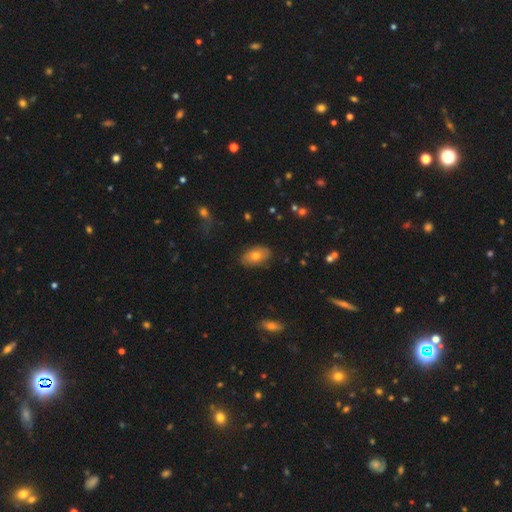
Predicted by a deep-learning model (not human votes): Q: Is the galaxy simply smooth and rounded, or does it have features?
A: smooth — 66%.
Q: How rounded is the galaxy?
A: in between — 90%.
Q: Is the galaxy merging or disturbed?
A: none — 80%.